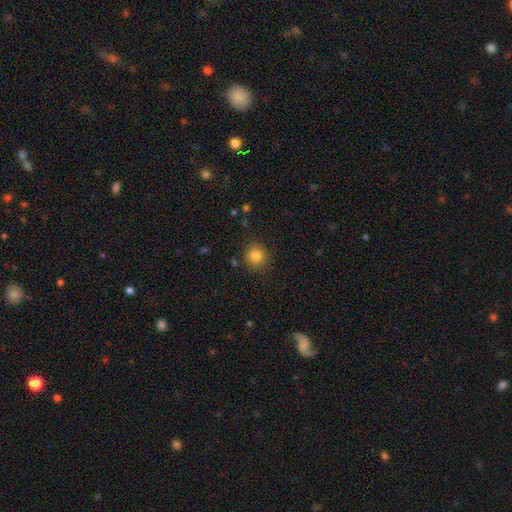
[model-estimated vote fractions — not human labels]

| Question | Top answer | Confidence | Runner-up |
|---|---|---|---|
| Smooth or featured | smooth | 82% | star or artifact (12%) |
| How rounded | round | 91% | in between (8%) |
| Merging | none | 89% | minor disturbance (7%) |